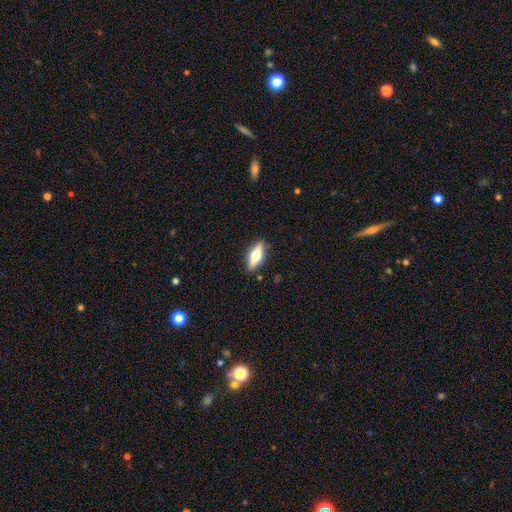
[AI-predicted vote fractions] A smooth galaxy with no disk features (47%). Merging: none (86%).